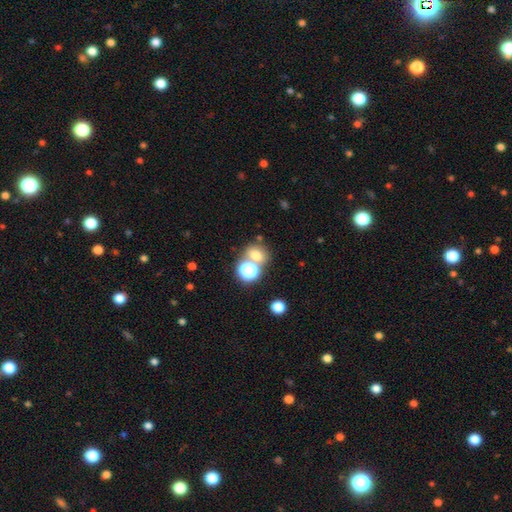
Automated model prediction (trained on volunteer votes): This is likely a smooth galaxy (68%). How rounded: likely round (62%). Merging: possibly none (55%).